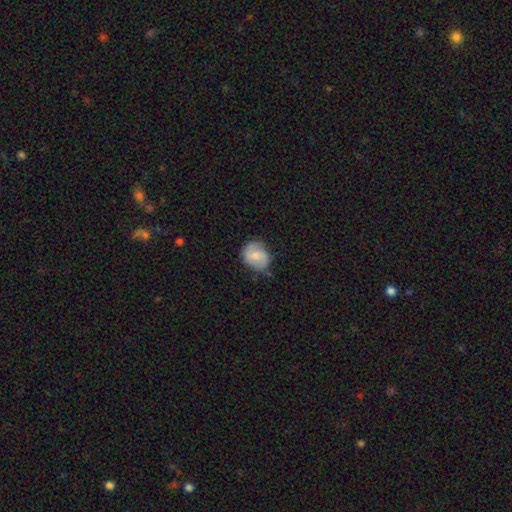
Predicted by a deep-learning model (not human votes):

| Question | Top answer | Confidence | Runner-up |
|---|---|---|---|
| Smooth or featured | smooth | 56% | featured or disk (37%) |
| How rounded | round | 64% | in between (35%) |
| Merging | none | 66% | minor disturbance (26%) |